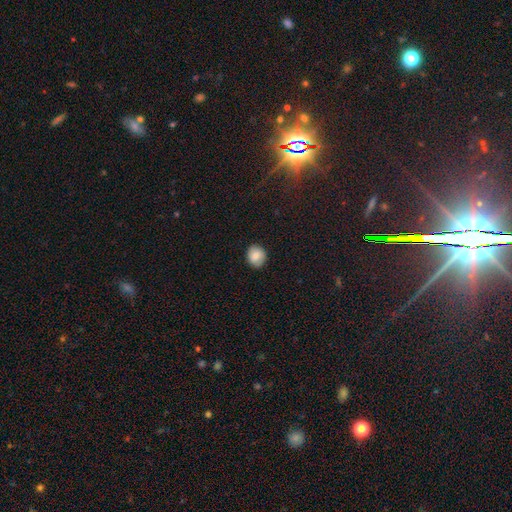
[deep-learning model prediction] Morphology: type=smooth (81%); roundness=round (70%); merging=none (86%).